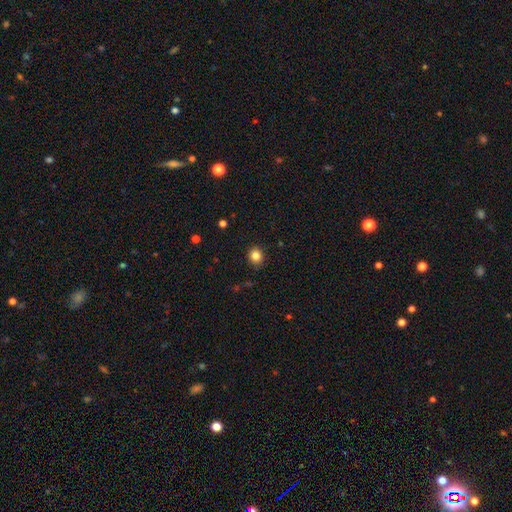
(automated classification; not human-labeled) The model was most divided on "how rounded": round: 77%, in between: 23%, cigar-shaped: 1%. More confident: merging — none (90%); smooth or featured — smooth (84%).